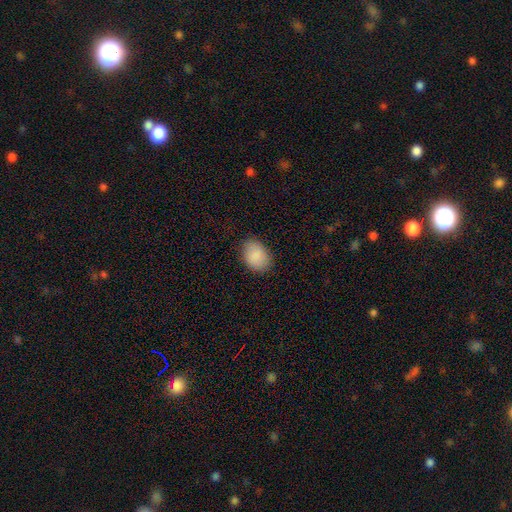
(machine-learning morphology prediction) This is clearly a smooth galaxy (89%). How rounded: likely in between (78%). Merging: clearly none (83%).